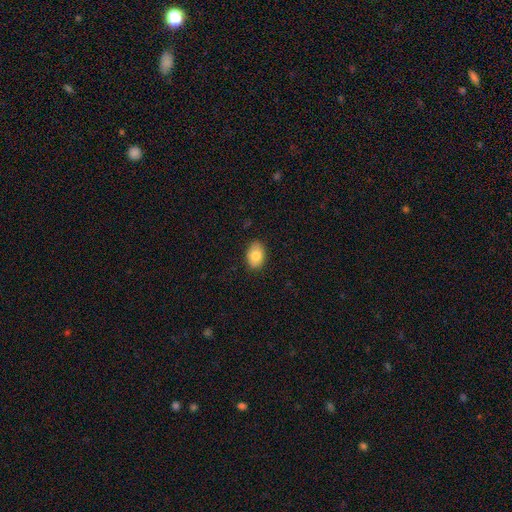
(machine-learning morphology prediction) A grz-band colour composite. It shows a smooth galaxy with no disk features (80%) that is in between round and cigar-shaped (83%). Merging: none (87%).